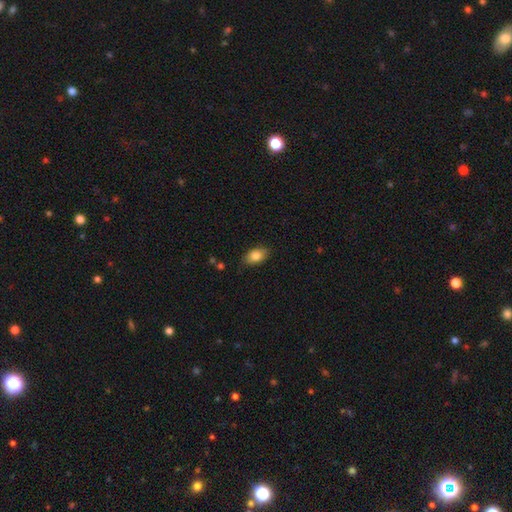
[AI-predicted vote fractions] Q: Smooth or featured?
A: smooth (83%); runner-up: featured or disk (9%)
Q: How rounded?
A: in between (88%); runner-up: round (10%)
Q: Merging?
A: none (84%); runner-up: minor disturbance (12%)